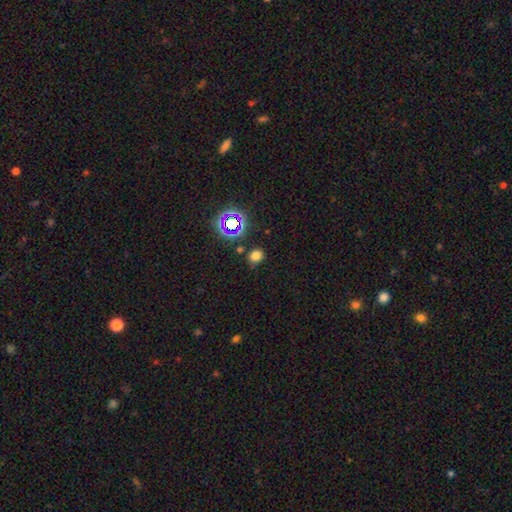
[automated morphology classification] The model was most divided on "how rounded": round: 63%, in between: 36%, cigar-shaped: 1%. More confident: merging — none (79%); smooth or featured — smooth (70%).